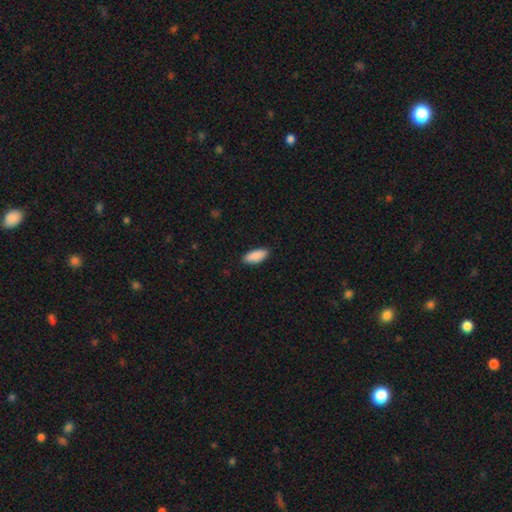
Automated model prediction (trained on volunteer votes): The model was most divided on "how rounded": in between: 83%, cigar-shaped: 15%, round: 2%. More confident: smooth or featured — smooth (91%); merging — none (89%).